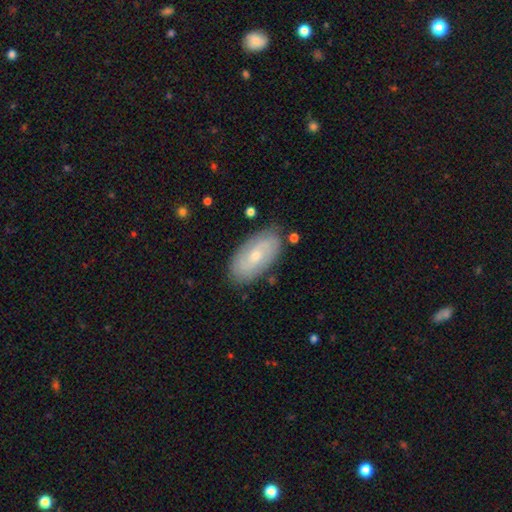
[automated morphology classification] Smooth or featured? Predicted: featured or disk (p=0.55). Edge-on disk? Predicted: no (p=0.91). Bar? Predicted: no (p=0.62). Spiral arms? Predicted: yes (p=0.74). Bulge size? Predicted: small (p=0.59). Merging? Predicted: none (p=0.81).